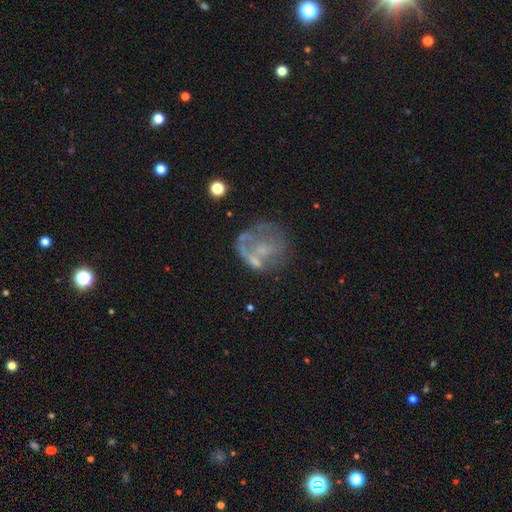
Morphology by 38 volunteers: smooth_or_featured: featured or disk (p=0.50) [alt: smooth p=0.45]
disk_edge_on: no (p=1.00)
bar: no (p=0.74) [alt: weak p=0.21]
has_spiral_arms: no (p=0.58) [alt: yes p=0.42]
bulge_size: none (p=0.37) [alt: moderate p=0.32]
merging: major disturbance (p=0.33) [alt: none p=0.31]